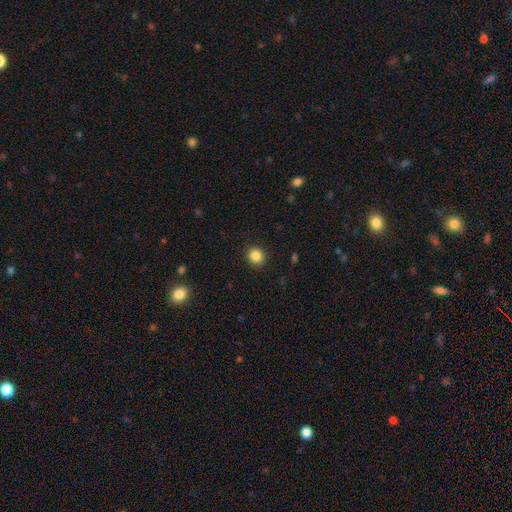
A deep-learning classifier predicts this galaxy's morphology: Smooth or featured: smooth — 86% (star or artifact — 10%)
How rounded: round — 87% (in between — 12%)
Merging: none — 91% (minor disturbance — 6%)